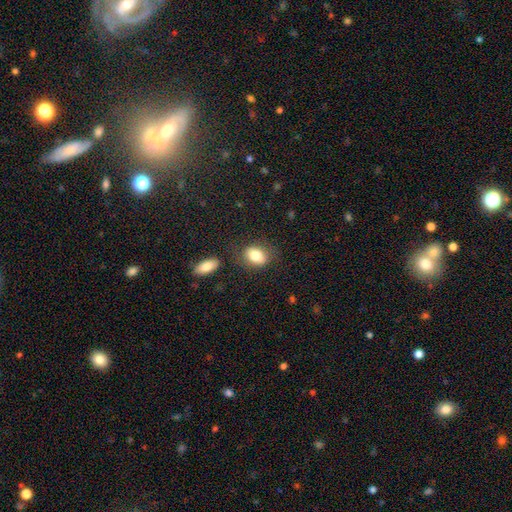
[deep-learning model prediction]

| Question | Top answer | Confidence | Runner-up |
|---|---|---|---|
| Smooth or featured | smooth | 81% | featured or disk (11%) |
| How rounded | in between | 77% | round (22%) |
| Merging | none | 73% | minor disturbance (16%) |